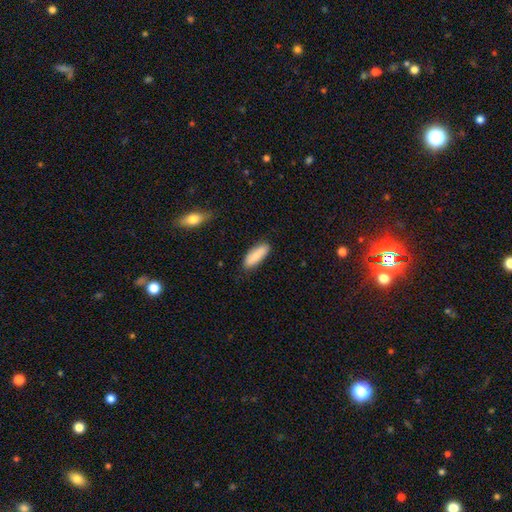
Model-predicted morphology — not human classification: Q: Smooth or featured?
A: smooth (84%); runner-up: featured or disk (10%)
Q: How rounded?
A: in between (64%); runner-up: cigar-shaped (34%)
Q: Merging?
A: none (84%); runner-up: minor disturbance (12%)